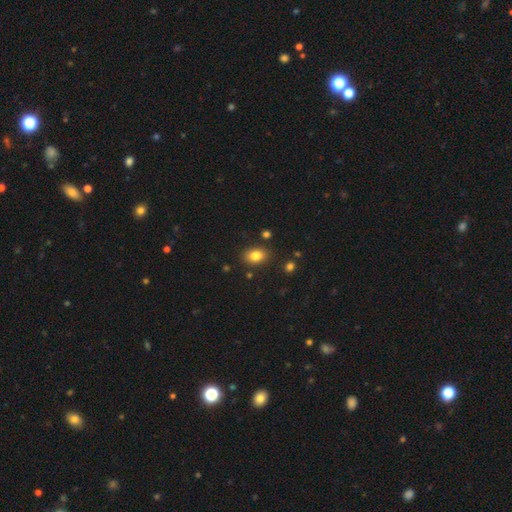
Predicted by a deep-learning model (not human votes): Smooth or featured? Predicted: smooth (p=0.83). How rounded? Predicted: in between (p=0.74). Merging? Predicted: none (p=0.84).